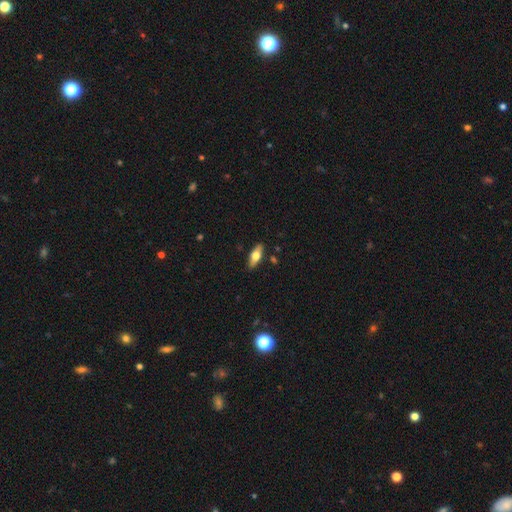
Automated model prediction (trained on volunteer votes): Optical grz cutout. It shows a smooth galaxy with no disk features (57%) that is in between round and cigar-shaped (69%). Merging: none (87%).